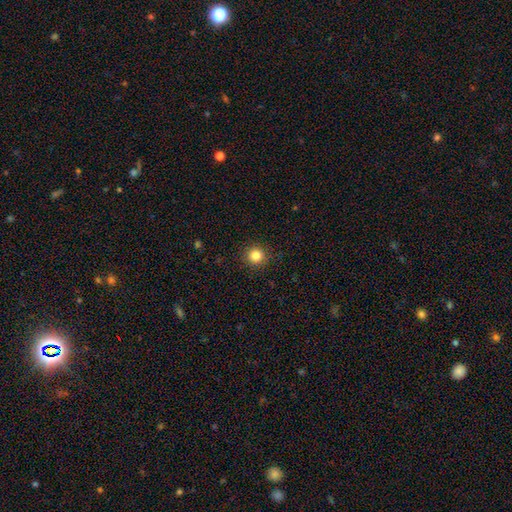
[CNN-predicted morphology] This is clearly a smooth galaxy (84%). How rounded: clearly round (94%). Merging: clearly none (91%).